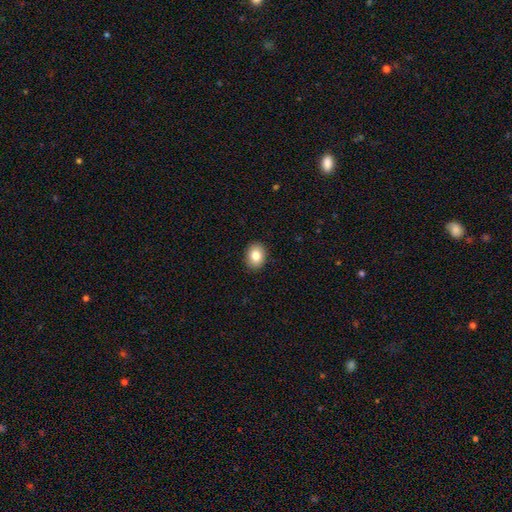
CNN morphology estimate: Smooth or featured? Predicted: smooth (p=0.83). How rounded? Predicted: in between (p=0.58). Merging? Predicted: none (p=0.90).